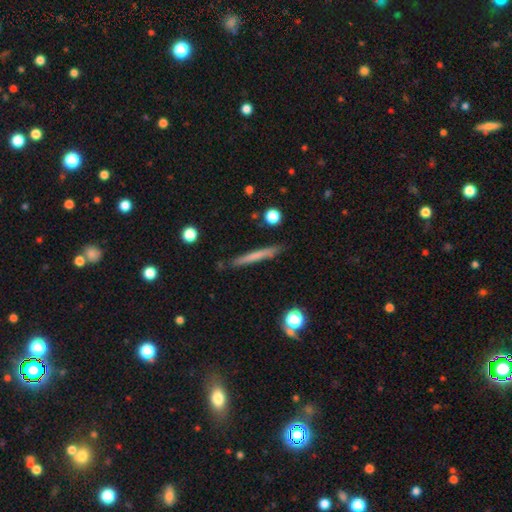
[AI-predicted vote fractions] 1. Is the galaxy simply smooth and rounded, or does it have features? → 62% smooth, 31% featured or disk, 7% star or artifact.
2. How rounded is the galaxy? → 96% cigar-shaped, 2% in between, 2% round.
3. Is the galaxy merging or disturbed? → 88% none, 9% minor disturbance, 2% merger, 2% major disturbance.